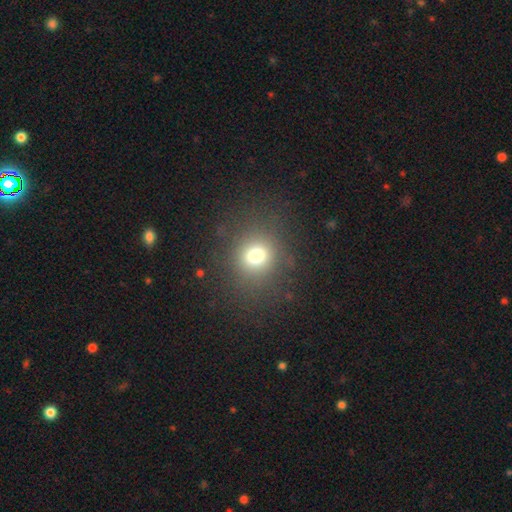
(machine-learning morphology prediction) Smooth or featured? Predicted: smooth (p=0.68). How rounded? Predicted: round (p=0.77). Merging? Predicted: none (p=0.88).